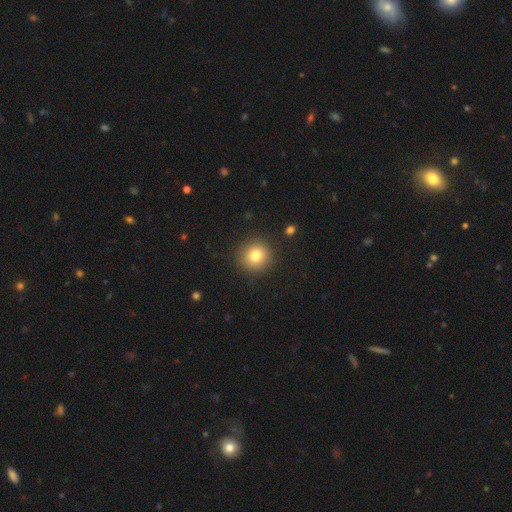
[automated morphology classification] Overall: smooth (80%). How rounded: round (92%). Merging: none (90%).